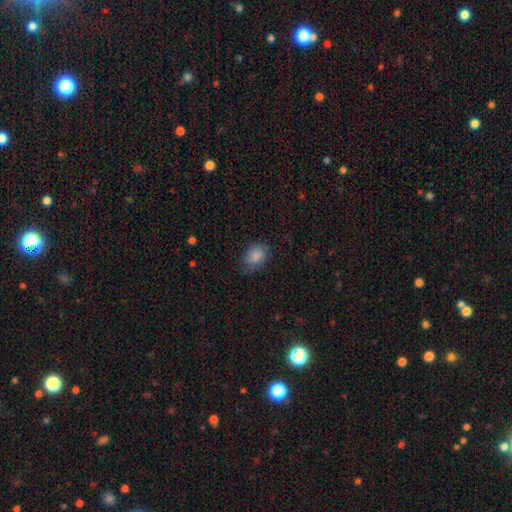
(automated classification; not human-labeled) Smooth or featured? smooth (85%)
How rounded? in between (72%)
Merging? none (73%)